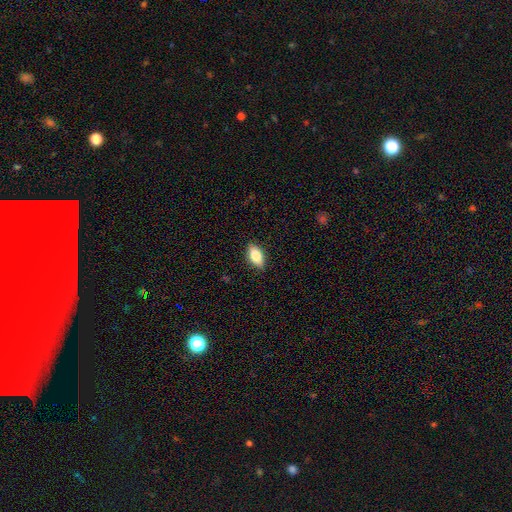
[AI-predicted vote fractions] Overall: smooth (79%). How rounded: in between (87%). Merging: none (87%).